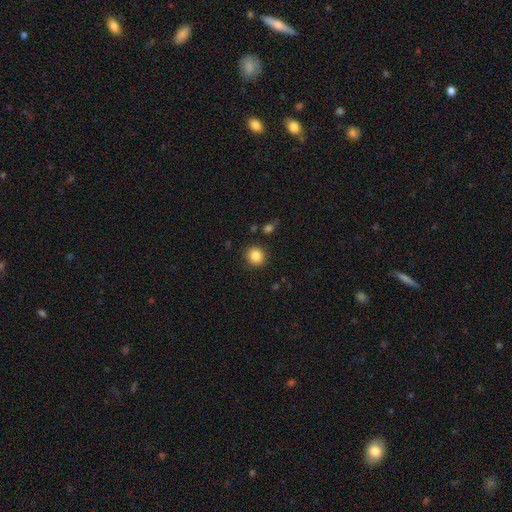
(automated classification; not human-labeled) Smooth or featured? smooth (86%)
How rounded? round (84%)
Merging? none (88%)